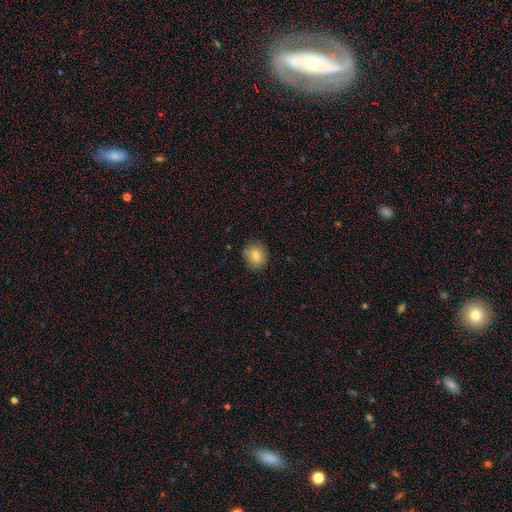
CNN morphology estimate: Smooth or featured?
  - smooth: 80% *
  - star or artifact: 10%
  - featured or disk: 10%
How rounded?
  - round: 80% *
  - in between: 19%
  - cigar-shaped: 1%
Merging?
  - none: 87% *
  - minor disturbance: 10%
  - major disturbance: 2%
  - merger: 1%